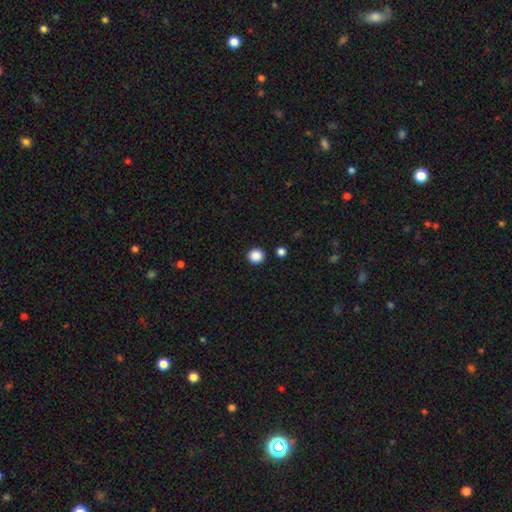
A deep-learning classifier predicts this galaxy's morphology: smooth-or-featured: smooth: 88% | star or artifact: 10% | featured or disk: 2%
  how-rounded: round: 90% | in between: 9% | cigar-shaped: 1%
  merging: none: 90% | minor disturbance: 5% | merger: 2% | major disturbance: 2%